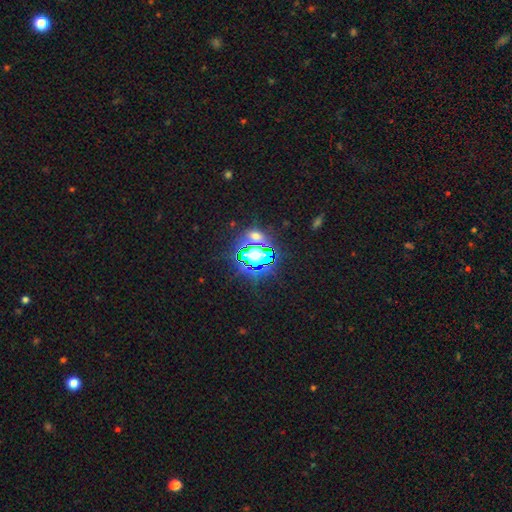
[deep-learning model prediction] This is likely a star or artifact rather than a galaxy (67%).